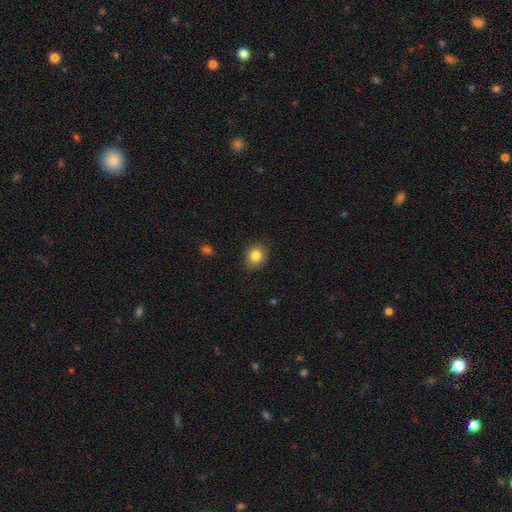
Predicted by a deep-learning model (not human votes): This is clearly a smooth galaxy (83%). How rounded: likely round (67%). Merging: clearly none (88%).